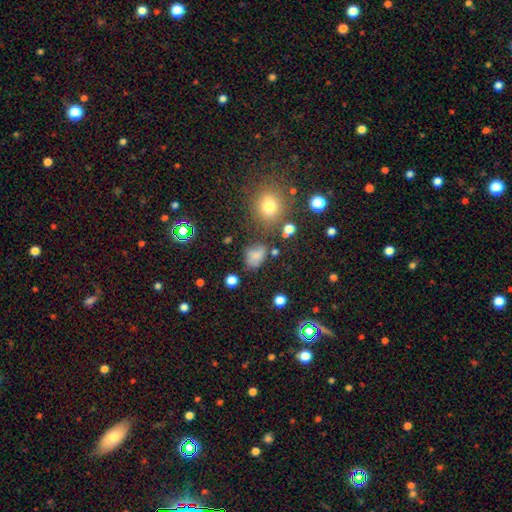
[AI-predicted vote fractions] Morphology: type=smooth (70%); roundness=in between (67%); merging=none (56%).